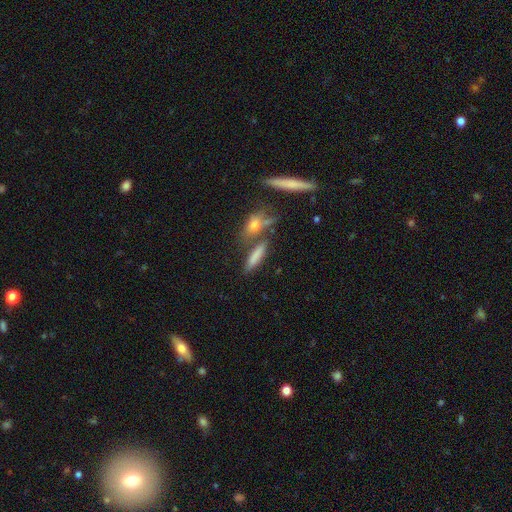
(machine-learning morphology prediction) A smooth galaxy with no disk features (75%) that is cigar-shaped (67%). Merging: none (60%).